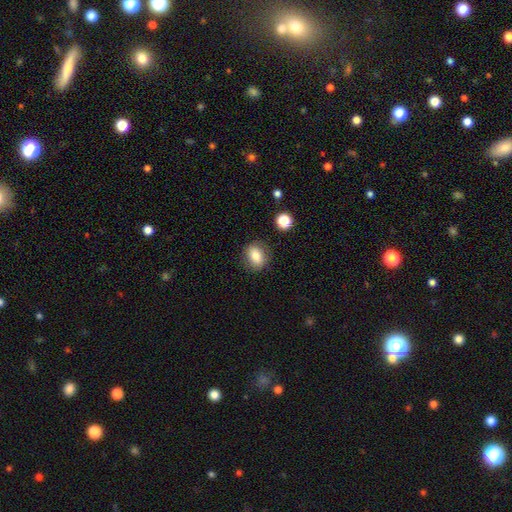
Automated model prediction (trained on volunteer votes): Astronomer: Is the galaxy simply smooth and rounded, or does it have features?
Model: smooth — 80%.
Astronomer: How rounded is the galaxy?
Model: in between — 60% (runner-up: round, 38%).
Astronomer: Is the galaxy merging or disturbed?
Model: none — 84%.